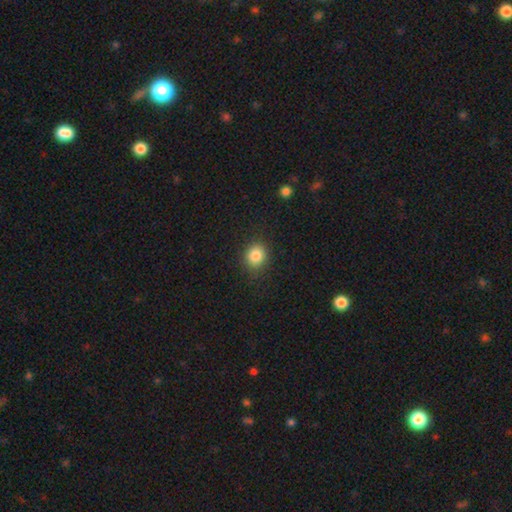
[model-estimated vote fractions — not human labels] Smooth or featured: smooth — 85% (star or artifact — 10%)
How rounded: round — 73% (in between — 26%)
Merging: none — 86% (minor disturbance — 10%)